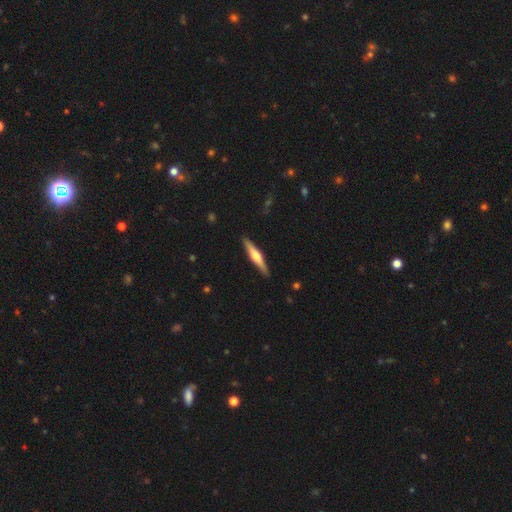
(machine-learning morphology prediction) The model was most divided on "smooth or featured": featured or disk: 61%, smooth: 34%, star or artifact: 5%. More confident: edge-on disk — yes (97%); merging — none (91%); edge-on bulge — rounded (87%).